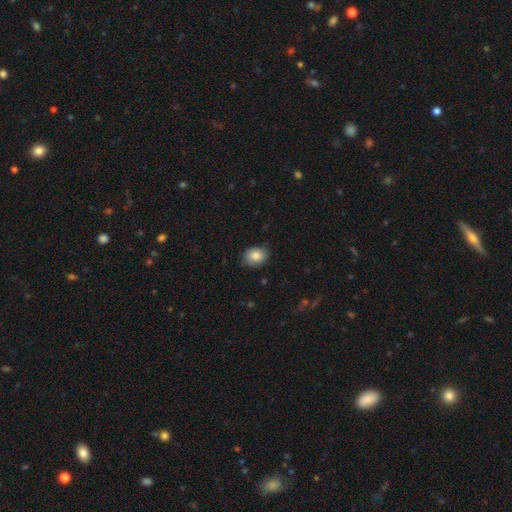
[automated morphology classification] smooth-or-featured: smooth: 84% | featured or disk: 9% | star or artifact: 8%
  how-rounded: in between: 58% | round: 41% | cigar-shaped: 1%
  merging: none: 80% | minor disturbance: 16% | major disturbance: 3% | merger: 1%